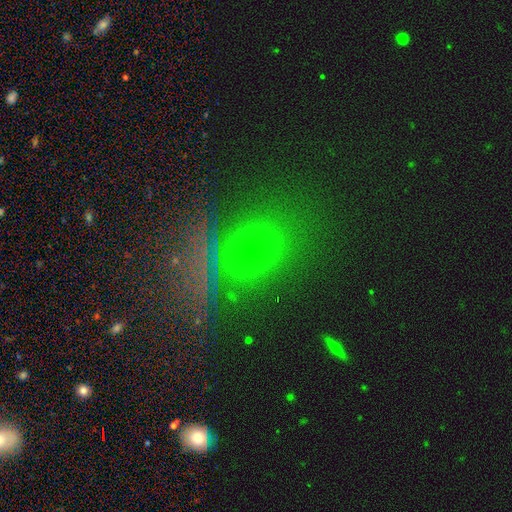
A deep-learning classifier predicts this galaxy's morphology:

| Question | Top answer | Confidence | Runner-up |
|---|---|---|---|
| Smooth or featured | smooth | 52% | star or artifact (38%) |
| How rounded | round | 62% | in between (34%) |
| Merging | none | 83% | minor disturbance (9%) |